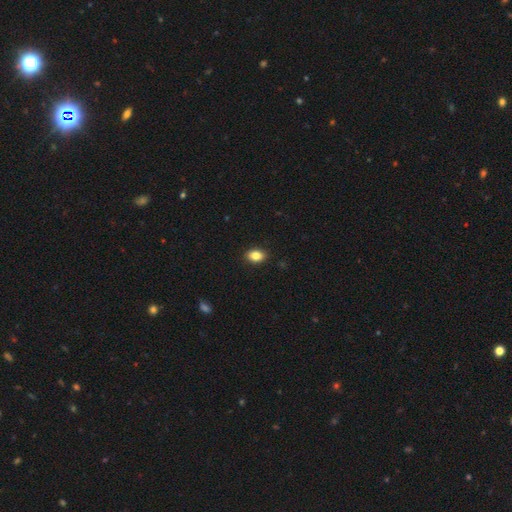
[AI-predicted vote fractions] This appears to be a smooth galaxy with no disk features (85%) that is in between round and cigar-shaped (76%). Merging: none (90%).